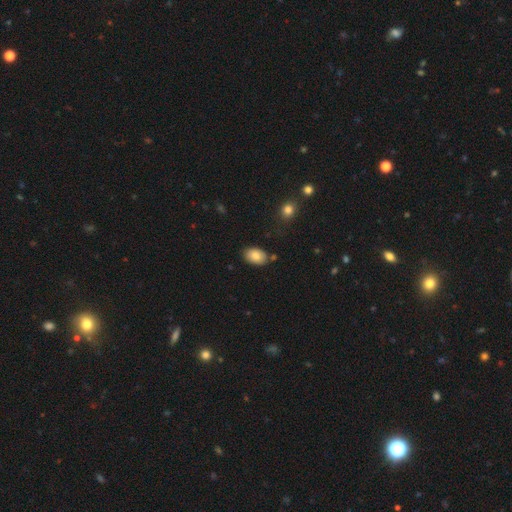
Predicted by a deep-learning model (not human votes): The model was most divided on "merging": none: 79%, minor disturbance: 14%, merger: 4%, major disturbance: 3%. More confident: how rounded — in between (89%); smooth or featured — smooth (85%).